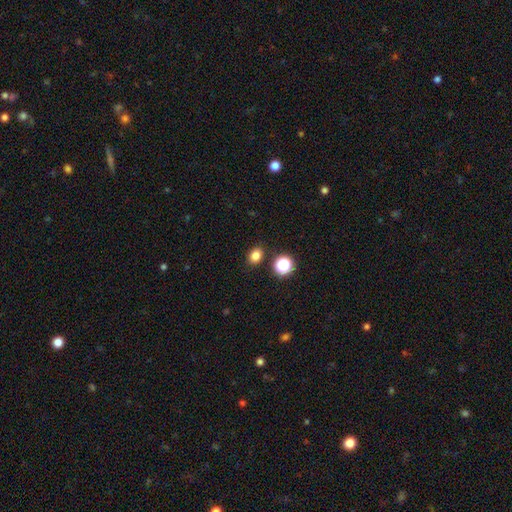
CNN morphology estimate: The model was most divided on "how rounded": in between: 53%, round: 46%, cigar-shaped: 1%. More confident: merging — none (84%); smooth or featured — smooth (80%).